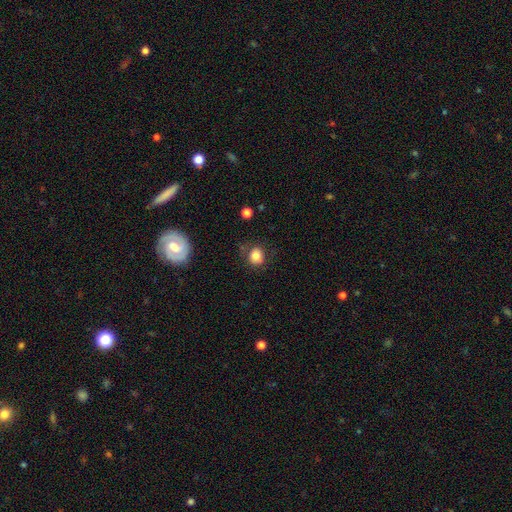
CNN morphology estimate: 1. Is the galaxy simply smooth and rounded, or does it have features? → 82% smooth, 11% star or artifact, 8% featured or disk.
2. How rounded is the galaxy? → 74% round, 25% in between, 1% cigar-shaped.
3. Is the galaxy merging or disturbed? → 77% none, 16% minor disturbance, 5% major disturbance, 2% merger.